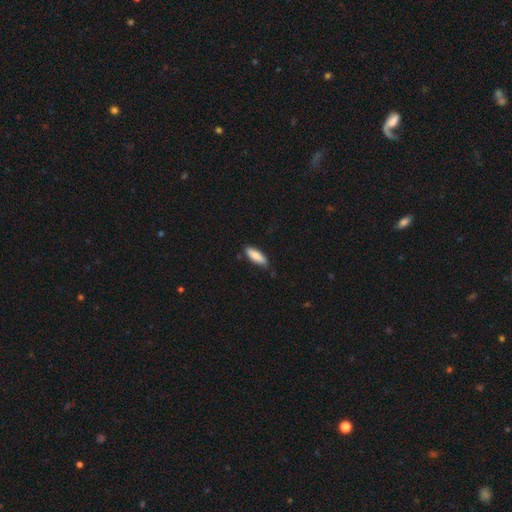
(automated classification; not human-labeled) Overall: smooth (85%). How rounded: in between (54%; cigar-shaped 44%). Merging: none (77%).